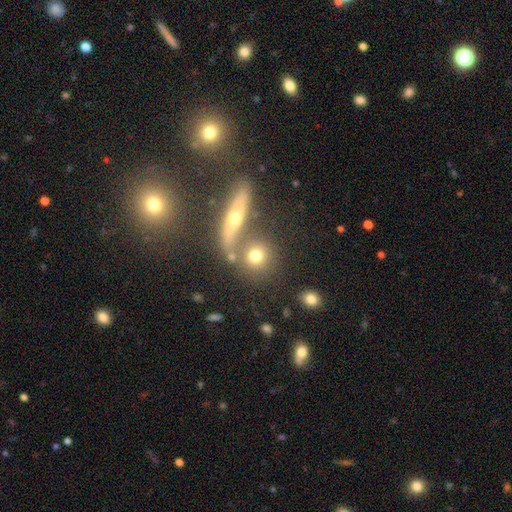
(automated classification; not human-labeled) Overall: smooth (69%). How rounded: round (78%). Merging: none (62%; merger 24%).